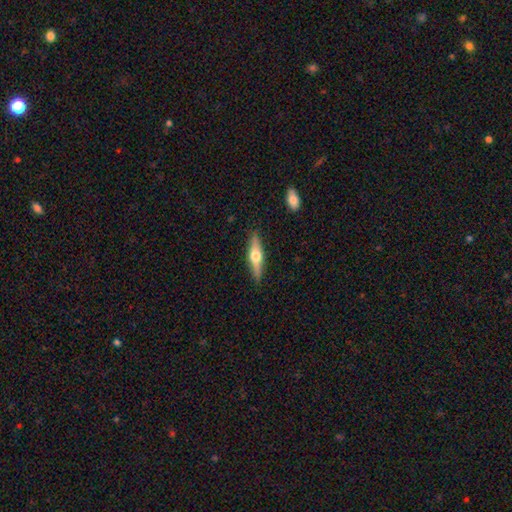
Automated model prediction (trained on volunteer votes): This appears to be a featured or disk galaxy (59%) viewed edge-on (95%) with a rounded central bulge (95%). Merging: none (89%).